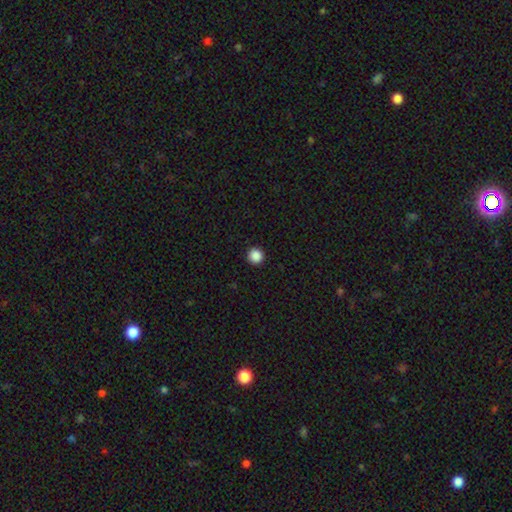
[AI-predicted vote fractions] Smooth or featured: smooth — 88% (star or artifact — 10%)
How rounded: round — 96% (in between — 3%)
Merging: none — 94% (minor disturbance — 4%)